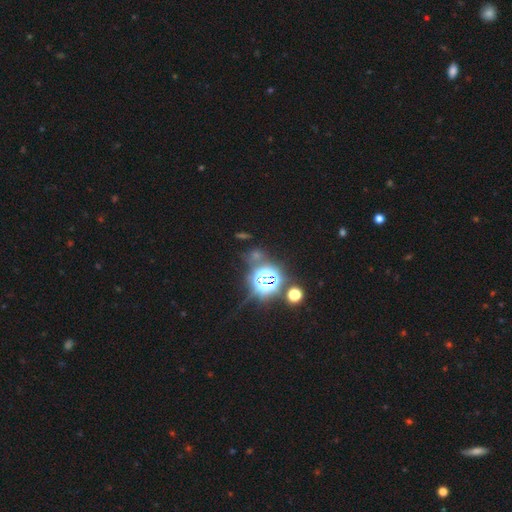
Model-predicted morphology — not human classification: Smooth or featured? star or artifact (75%)